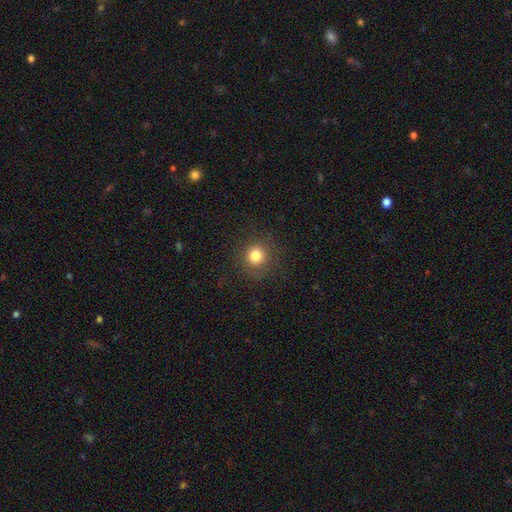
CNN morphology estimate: Q: Smooth or featured?
A: smooth (81%); runner-up: star or artifact (13%)
Q: How rounded?
A: round (93%); runner-up: in between (6%)
Q: Merging?
A: none (88%); runner-up: minor disturbance (8%)